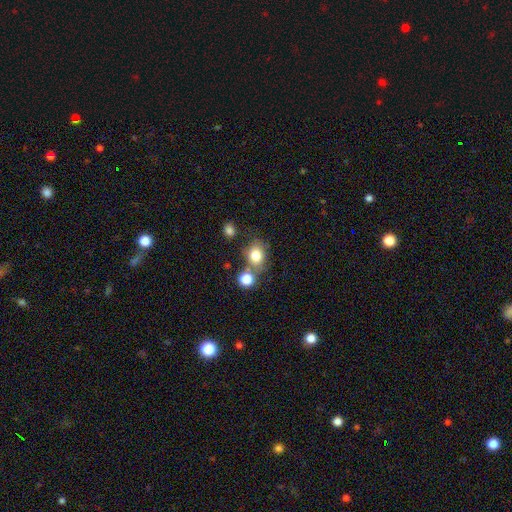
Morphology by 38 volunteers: A smooth galaxy with no disk features (82%) that is round (65%).

Vote fractions:
- Smooth or featured? smooth: 82% / featured or disk: 13% / star or artifact: 5%
- How rounded? round: 65% / in between: 35% / cigar-shaped: 0%
- Merging? none: 47% / merger: 31% / minor disturbance: 17% / major disturbance: 6%